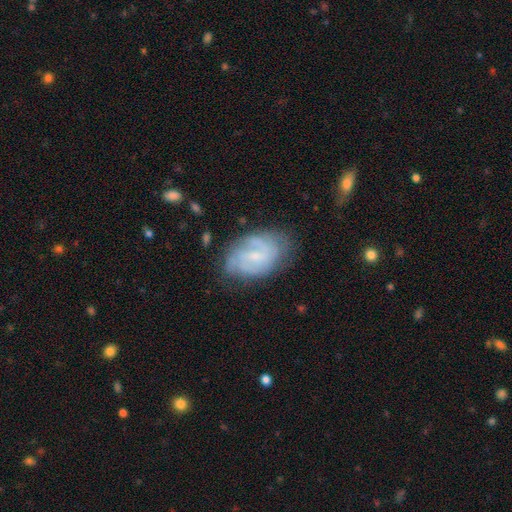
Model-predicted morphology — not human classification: Smooth or featured: featured or disk — 72% (smooth — 21%)
Edge-on disk: no — 97% (yes — 3%)
Bar: weak — 53% (no — 36%)
Spiral arms: yes — 89% (no — 11%)
Spiral winding: tight — 48% (medium — 38%)
Spiral arm count: 2 — 37% (can't tell — 36%)
Bulge size: small — 64% (moderate — 20%)
Merging: none — 66% (minor disturbance — 23%)